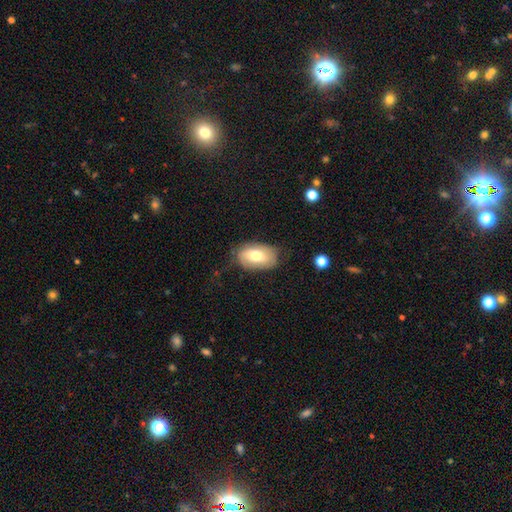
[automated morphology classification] Overall: smooth (70%). How rounded: in between (90%). Merging: none (69%).